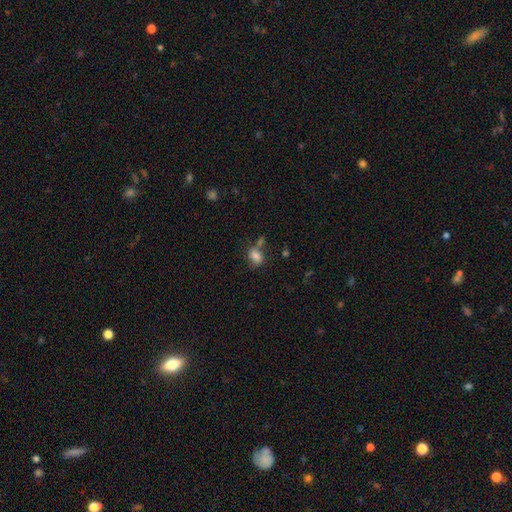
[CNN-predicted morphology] Smooth or featured: smooth — 80% (star or artifact — 11%)
How rounded: in between — 72% (round — 26%)
Merging: none — 52% (merger — 22%)